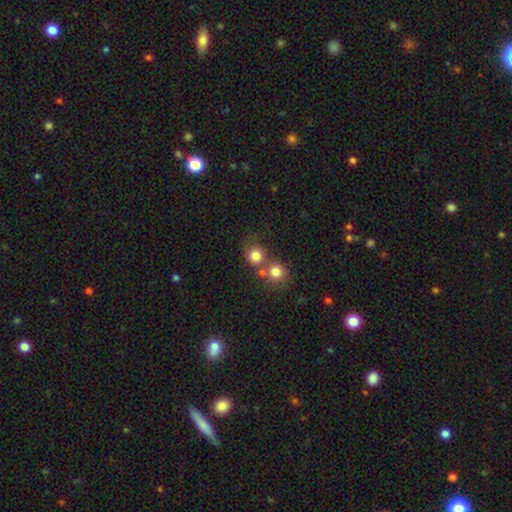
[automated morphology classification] type=smooth (79%); roundness=round (83%); merging=merger (43%, tied with none).